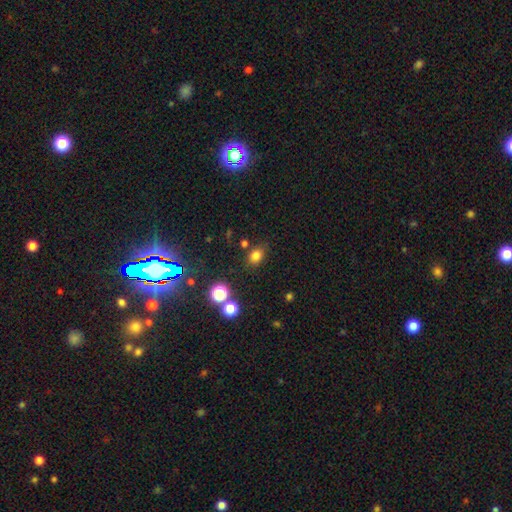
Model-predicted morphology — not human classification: Q: Smooth or featured?
A: smooth (78%); runner-up: star or artifact (16%)
Q: How rounded?
A: in between (58%); runner-up: round (41%)
Q: Merging?
A: none (78%); runner-up: minor disturbance (13%)